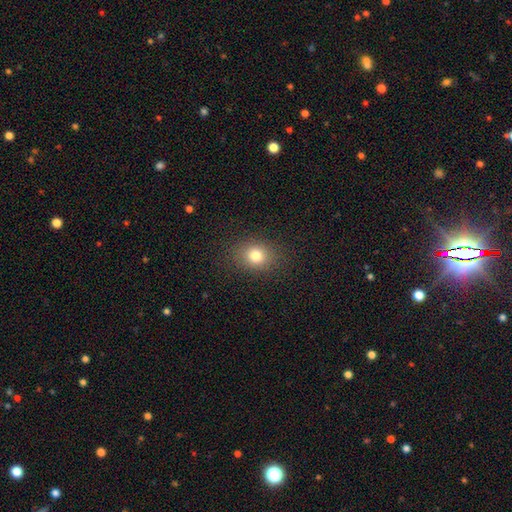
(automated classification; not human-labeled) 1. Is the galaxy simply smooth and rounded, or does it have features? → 79% smooth, 13% star or artifact, 8% featured or disk.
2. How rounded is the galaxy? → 59% round, 40% in between, 1% cigar-shaped.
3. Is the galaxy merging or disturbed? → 87% none, 9% minor disturbance, 4% major disturbance, 1% merger.